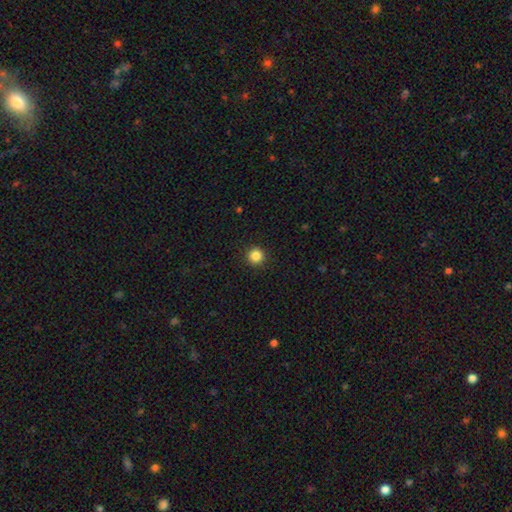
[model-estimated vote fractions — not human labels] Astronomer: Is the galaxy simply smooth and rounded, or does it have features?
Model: smooth — 85%.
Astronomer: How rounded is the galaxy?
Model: round — 95%.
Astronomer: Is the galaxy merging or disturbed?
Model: none — 93%.